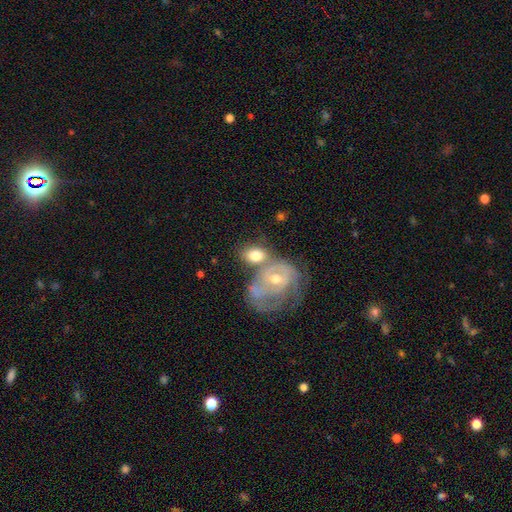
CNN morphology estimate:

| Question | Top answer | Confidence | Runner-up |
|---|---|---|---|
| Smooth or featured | smooth | 52% | featured or disk (42%) |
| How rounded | in between | 66% | round (33%) |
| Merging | merger | 44% | none (31%) |